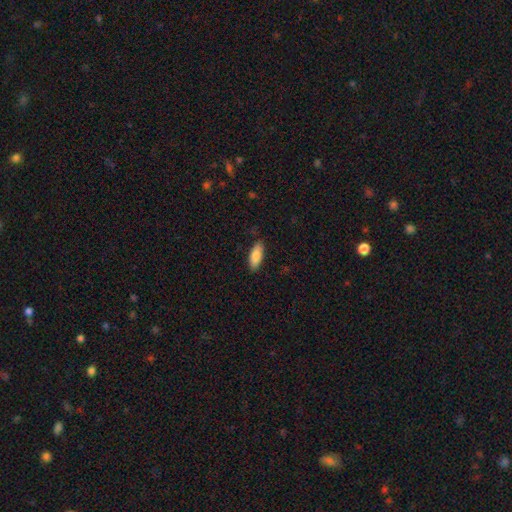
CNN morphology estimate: smooth-or-featured: smooth: 83% | featured or disk: 11% | star or artifact: 6%
  how-rounded: in between: 74% | cigar-shaped: 24% | round: 2%
  merging: none: 86% | minor disturbance: 10% | major disturbance: 2% | merger: 1%